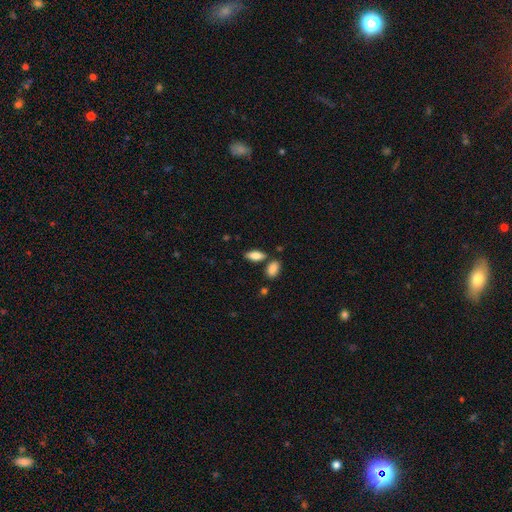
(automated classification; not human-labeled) Smooth or featured? smooth (84%)
How rounded? in between (85%)
Merging? none (74%)